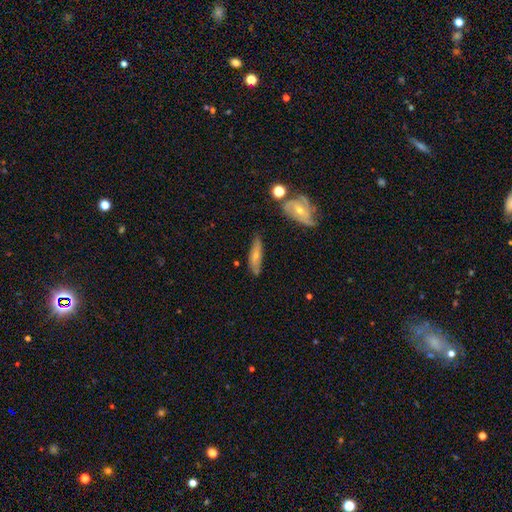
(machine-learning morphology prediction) smooth_or_featured: smooth (p=0.54) [alt: featured or disk p=0.39]
how_rounded: cigar-shaped (p=0.60) [alt: in between p=0.38]
merging: none (p=0.68) [alt: minor disturbance p=0.22]